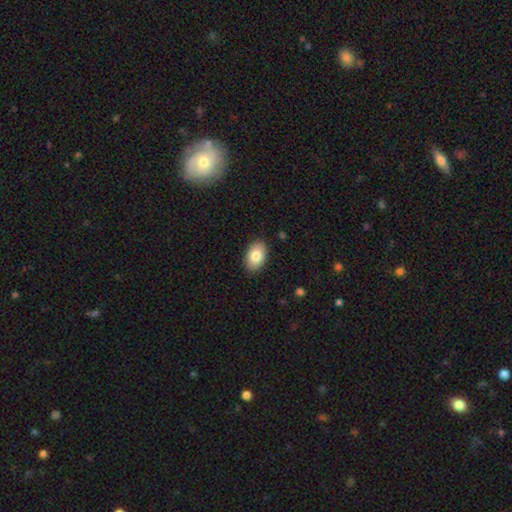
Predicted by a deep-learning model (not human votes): This appears to be a smooth galaxy with no disk features (82%) that is in between round and cigar-shaped (90%). Merging: none (88%).